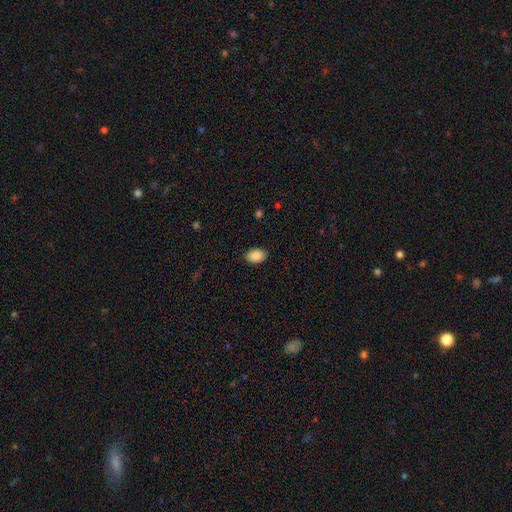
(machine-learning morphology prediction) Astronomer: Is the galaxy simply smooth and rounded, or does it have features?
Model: smooth — 87%.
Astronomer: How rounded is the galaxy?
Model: in between — 85%.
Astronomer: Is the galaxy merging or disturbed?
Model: none — 89%.